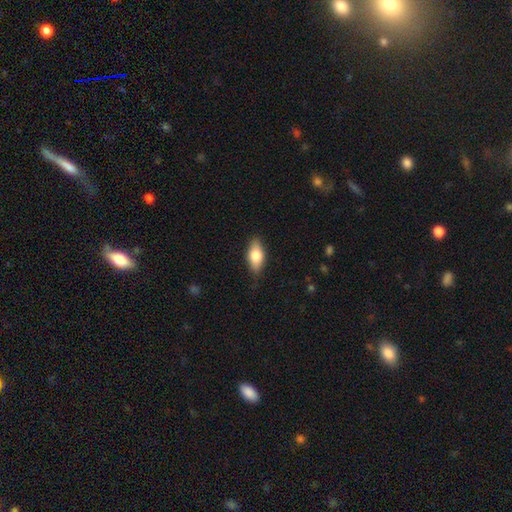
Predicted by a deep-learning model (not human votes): Smooth or featured?
  - smooth: 74% *
  - featured or disk: 19%
  - star or artifact: 6%
How rounded?
  - in between: 86% *
  - cigar-shaped: 10%
  - round: 4%
Merging?
  - none: 83% *
  - minor disturbance: 13%
  - major disturbance: 3%
  - merger: 1%